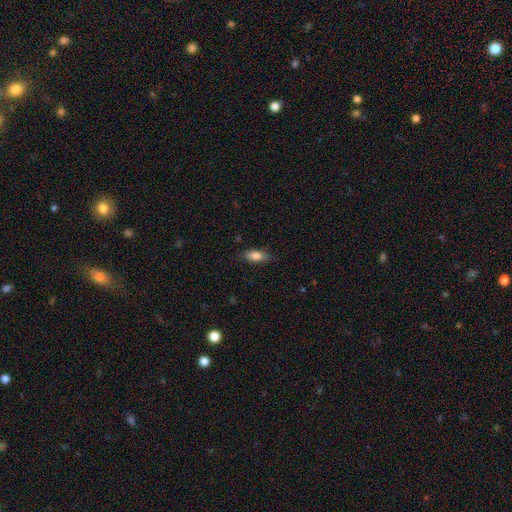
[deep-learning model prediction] This appears to be a smooth galaxy with no disk features (82%) that is in between round and cigar-shaped (79%). Merging: none (80%).